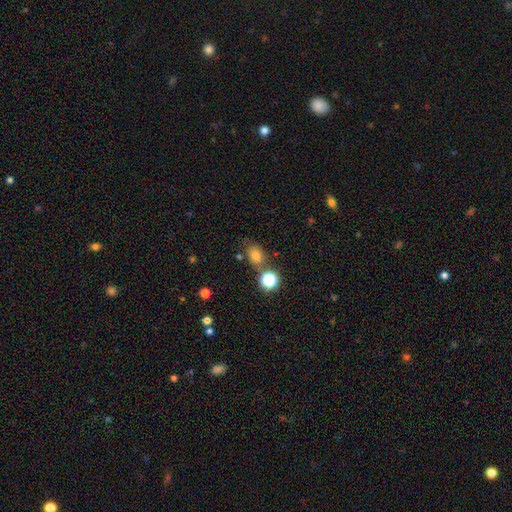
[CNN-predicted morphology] Smooth or featured?
  - smooth: 74% *
  - star or artifact: 17%
  - featured or disk: 9%
How rounded?
  - in between: 61% *
  - round: 37%
  - cigar-shaped: 1%
Merging?
  - none: 66% *
  - minor disturbance: 16%
  - merger: 13%
  - major disturbance: 5%